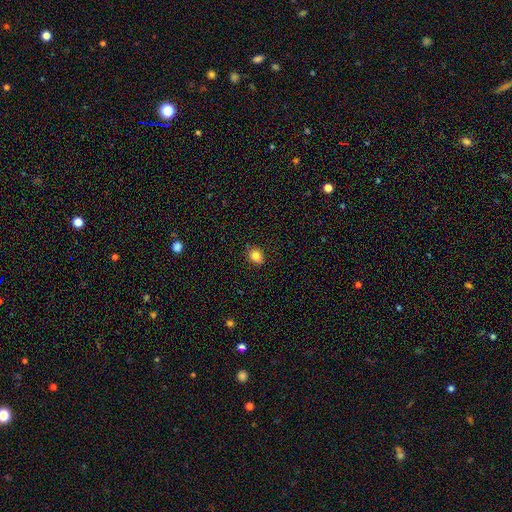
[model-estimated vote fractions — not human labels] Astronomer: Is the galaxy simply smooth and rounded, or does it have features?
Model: smooth — 83%.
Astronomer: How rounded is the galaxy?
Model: round — 52% (runner-up: in between, 47%).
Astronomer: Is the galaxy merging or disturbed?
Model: none — 84%.